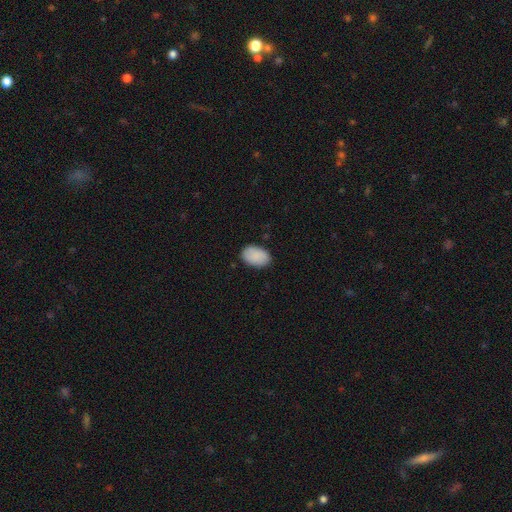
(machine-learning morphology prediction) Smooth or featured? Predicted: smooth (p=0.88). How rounded? Predicted: in between (p=0.90). Merging? Predicted: none (p=0.85).